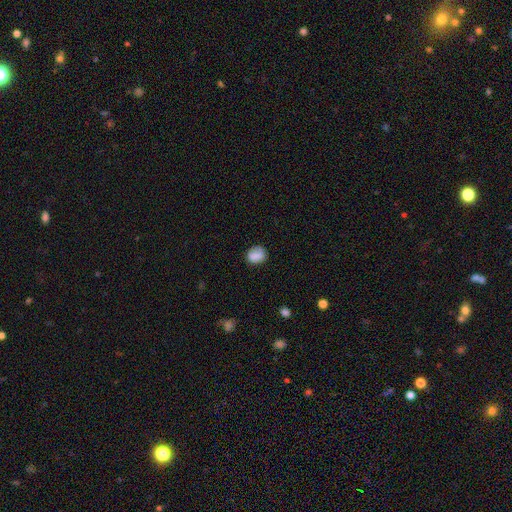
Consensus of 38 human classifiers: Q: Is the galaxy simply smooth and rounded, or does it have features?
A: smooth — 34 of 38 (89%).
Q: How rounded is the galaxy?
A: in between — 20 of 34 (59%).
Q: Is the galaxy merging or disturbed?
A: none — 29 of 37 (78%).